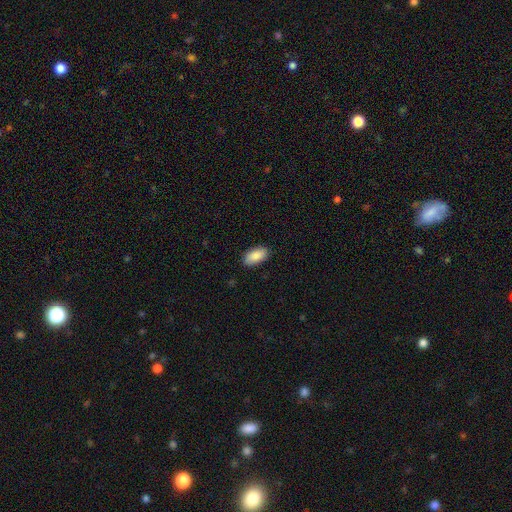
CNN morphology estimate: Smooth or featured?
  - smooth: 88% *
  - star or artifact: 6%
  - featured or disk: 6%
How rounded?
  - in between: 92% *
  - cigar-shaped: 5%
  - round: 2%
Merging?
  - none: 87% *
  - minor disturbance: 10%
  - major disturbance: 2%
  - merger: 1%